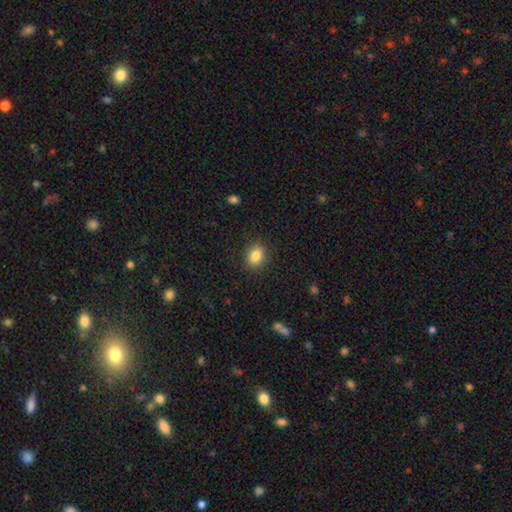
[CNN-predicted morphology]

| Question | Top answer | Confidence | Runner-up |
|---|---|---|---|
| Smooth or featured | smooth | 84% | star or artifact (10%) |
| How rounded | round | 50% | in between (49%) |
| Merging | none | 88% | minor disturbance (8%) |